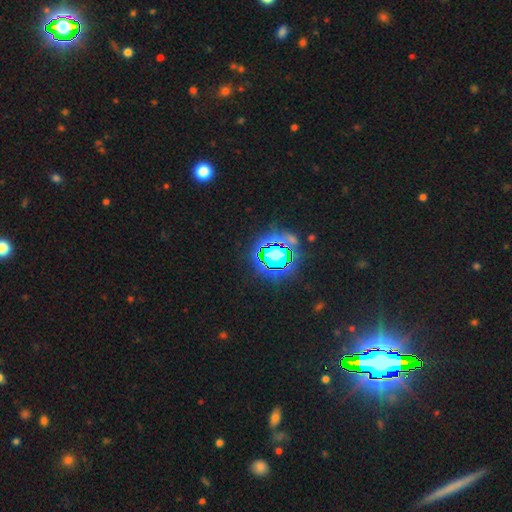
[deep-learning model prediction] The model was most divided on "smooth or featured": star or artifact: 84%, smooth: 9%, featured or disk: 7%.